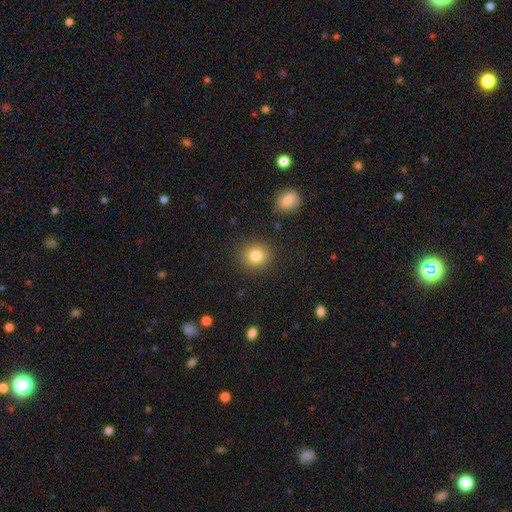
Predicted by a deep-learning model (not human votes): smooth-or-featured: smooth: 83% | star or artifact: 10% | featured or disk: 7%
  how-rounded: round: 81% | in between: 18% | cigar-shaped: 1%
  merging: none: 87% | minor disturbance: 8% | major disturbance: 3% | merger: 2%